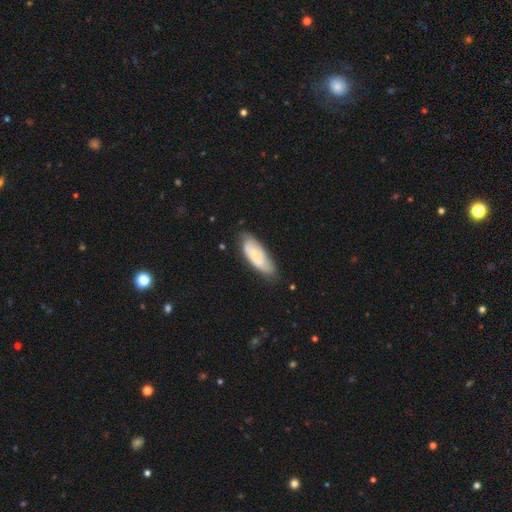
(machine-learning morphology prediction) A smooth galaxy with no disk features (54%) that is in between round and cigar-shaped (68%).

Vote fractions:
- Smooth or featured? smooth: 54% / featured or disk: 40% / star or artifact: 6%
- How rounded? in between: 68% / cigar-shaped: 30% / round: 2%
- Merging? none: 66% / minor disturbance: 26% / major disturbance: 6% / merger: 2%